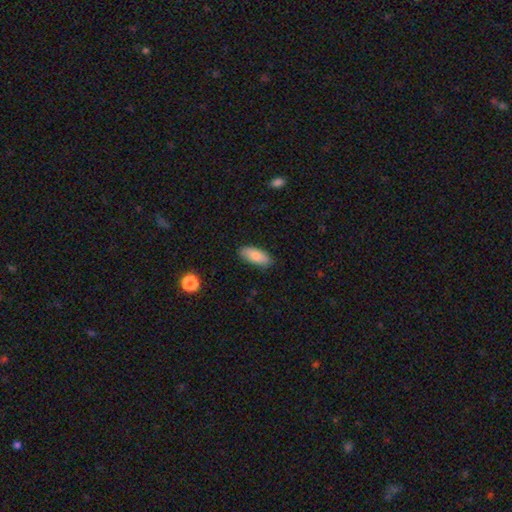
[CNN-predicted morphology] smooth 84%, featured or disk 10%, star or artifact 6%. Down the decision tree: how rounded — in between (85%); merging — none (85%).